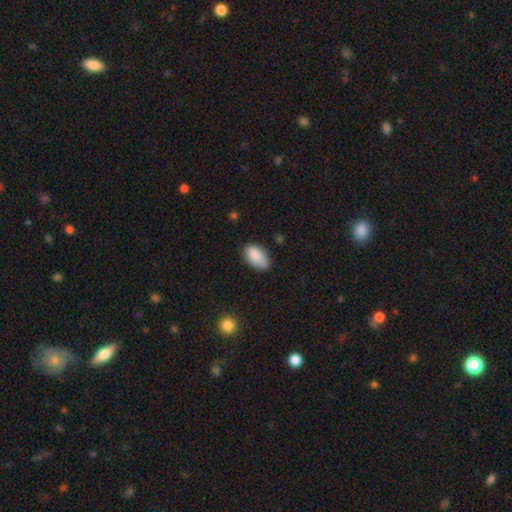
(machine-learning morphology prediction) Overall: smooth (87%). How rounded: in between (93%). Merging: none (69%).